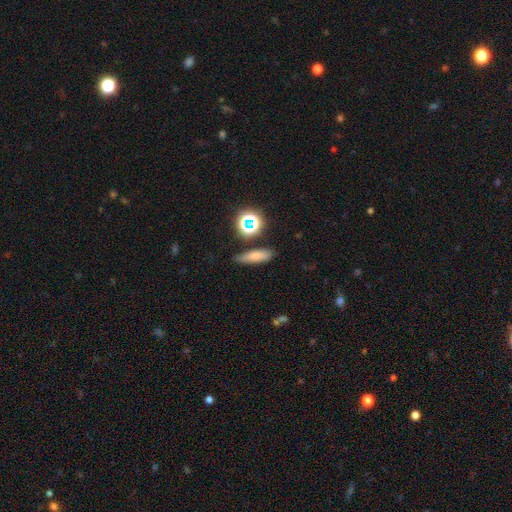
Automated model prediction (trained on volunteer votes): The model was most divided on "how rounded": cigar-shaped: 59%, in between: 33%, round: 8%. More confident: merging — none (79%); smooth or featured — smooth (71%).